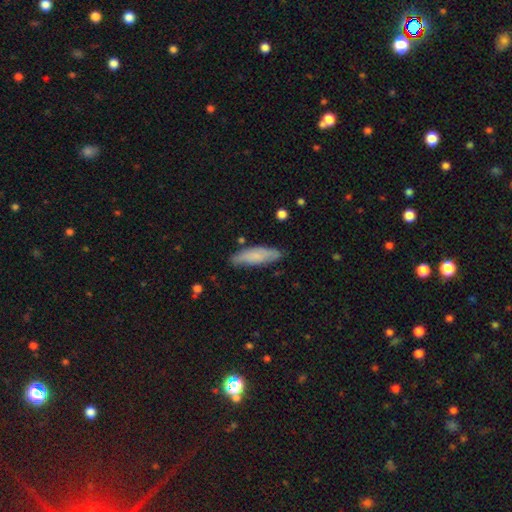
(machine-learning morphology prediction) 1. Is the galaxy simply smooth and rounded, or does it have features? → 69% smooth, 25% featured or disk, 6% star or artifact.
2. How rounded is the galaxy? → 56% cigar-shaped, 42% in between, 2% round.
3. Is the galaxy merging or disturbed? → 78% none, 17% minor disturbance, 3% major disturbance, 2% merger.